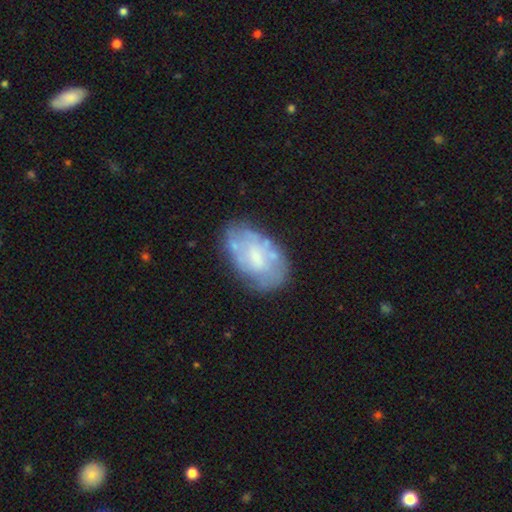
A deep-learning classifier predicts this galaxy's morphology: Q: Smooth or featured?
A: featured or disk (52%); runner-up: smooth (41%)
Q: Edge-on disk?
A: no (96%); runner-up: yes (4%)
Q: Merging?
A: none (60%); runner-up: minor disturbance (24%)